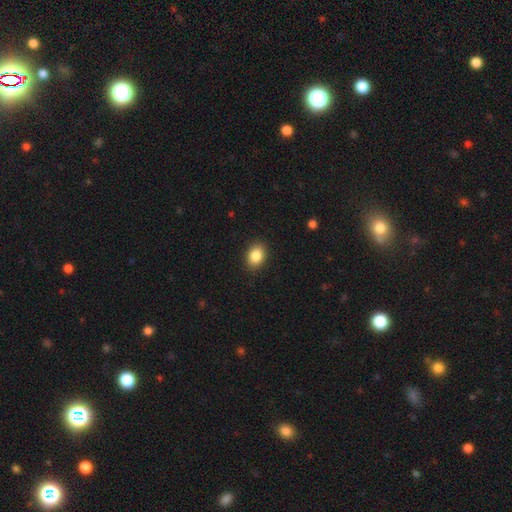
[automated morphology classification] This is clearly a smooth galaxy (86%). How rounded: likely in between (72%). Merging: clearly none (89%).